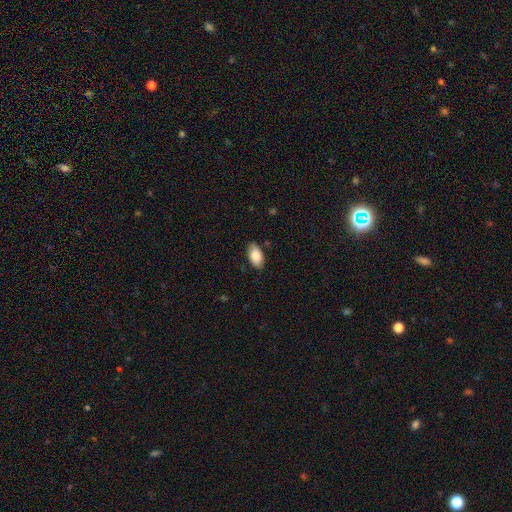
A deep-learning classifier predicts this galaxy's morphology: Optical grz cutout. It shows a smooth galaxy with no disk features (85%) that is in between round and cigar-shaped (94%). Merging: none (83%).